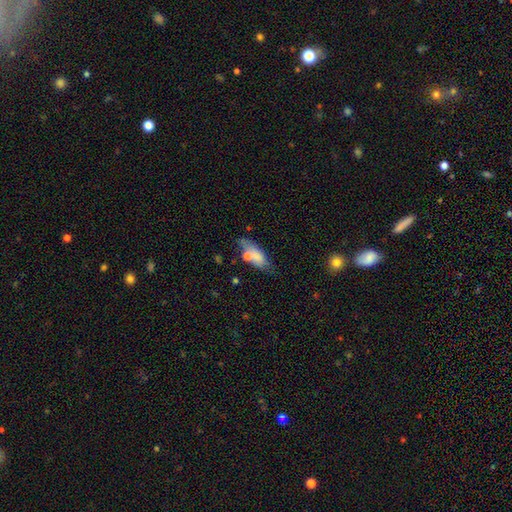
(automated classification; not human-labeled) A smooth galaxy with no disk features (70%) that is in between round and cigar-shaped (76%). Merging: none (49%).